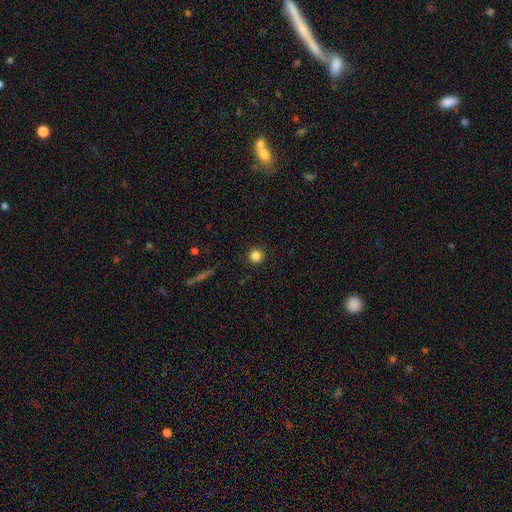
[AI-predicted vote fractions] Morphology: type=smooth (84%); roundness=round (95%); merging=none (91%).